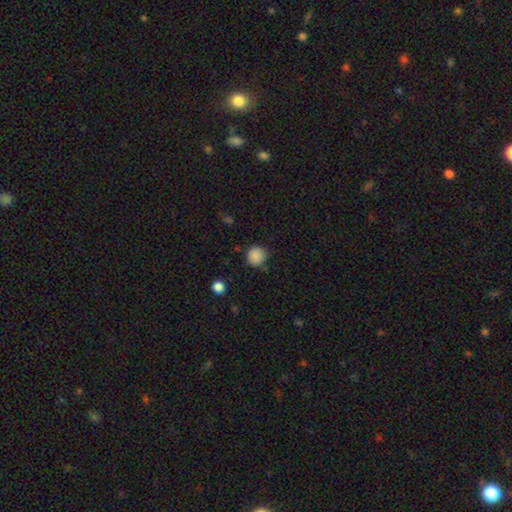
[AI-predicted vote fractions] Q: Smooth or featured?
A: smooth (87%); runner-up: star or artifact (10%)
Q: How rounded?
A: round (91%); runner-up: in between (8%)
Q: Merging?
A: none (81%); runner-up: minor disturbance (13%)